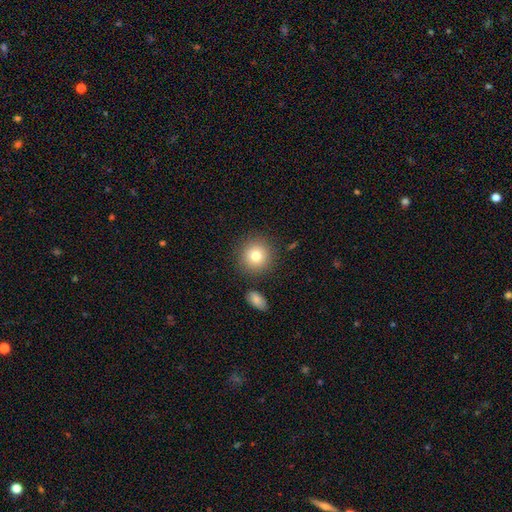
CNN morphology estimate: smooth-or-featured: smooth: 78% | star or artifact: 11% | featured or disk: 11%
  how-rounded: round: 93% | in between: 6% | cigar-shaped: 1%
  merging: none: 86% | minor disturbance: 7% | merger: 4% | major disturbance: 3%